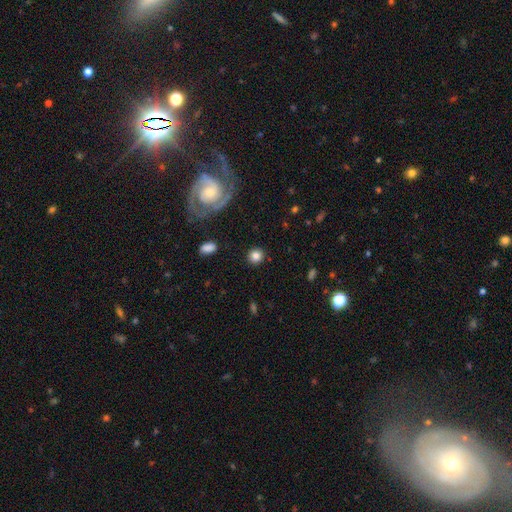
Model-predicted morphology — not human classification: Smooth or featured: smooth — 83% (star or artifact — 9%)
How rounded: round — 88% (in between — 11%)
Merging: none — 90% (minor disturbance — 6%)